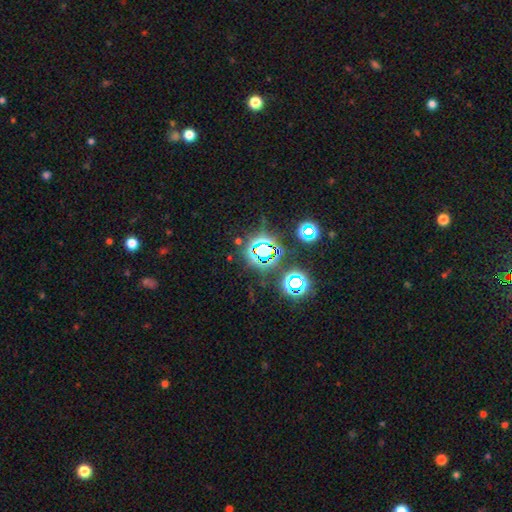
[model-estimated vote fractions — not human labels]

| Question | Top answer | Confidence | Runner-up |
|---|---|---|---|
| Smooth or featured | star or artifact | 77% | smooth (14%) |